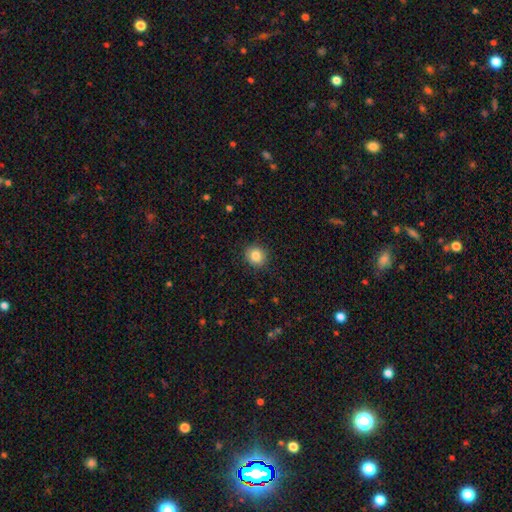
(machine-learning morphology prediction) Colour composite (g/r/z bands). It shows a smooth galaxy with no disk features (84%) that is round (85%). Merging: none (90%).